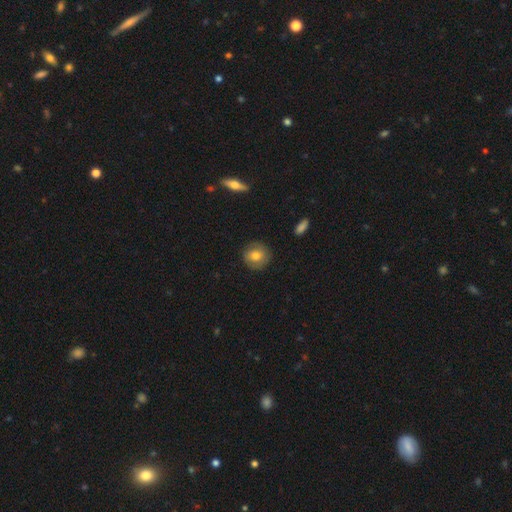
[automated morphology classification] Smooth or featured: smooth — 66% (featured or disk — 26%)
How rounded: round — 87% (in between — 12%)
Merging: none — 85% (minor disturbance — 11%)